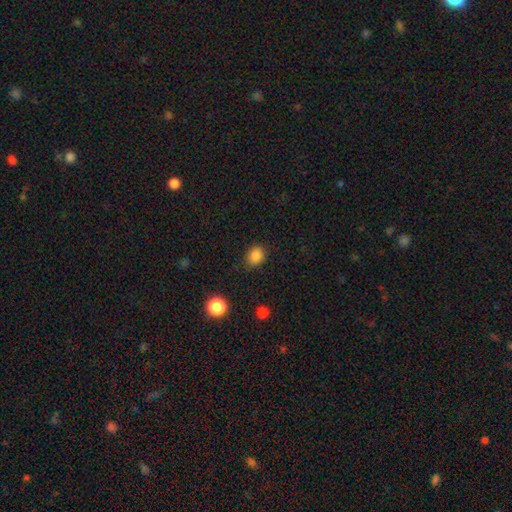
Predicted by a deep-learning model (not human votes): A smooth galaxy with no disk features (85%) that is round (55%).

Vote fractions:
- Smooth or featured? smooth: 85% / star or artifact: 12% / featured or disk: 3%
- How rounded? round: 55% / in between: 44% / cigar-shaped: 1%
- Merging? none: 81% / minor disturbance: 14% / major disturbance: 3% / merger: 1%